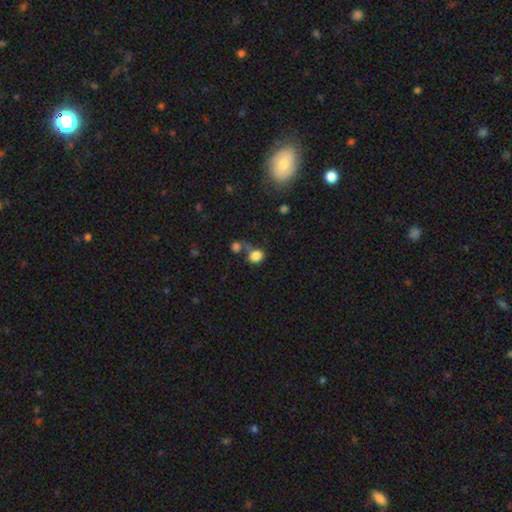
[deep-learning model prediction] The model was most divided on "how rounded": round: 54%, in between: 45%, cigar-shaped: 1%. More confident: smooth or featured — smooth (83%); merging — none (53%).